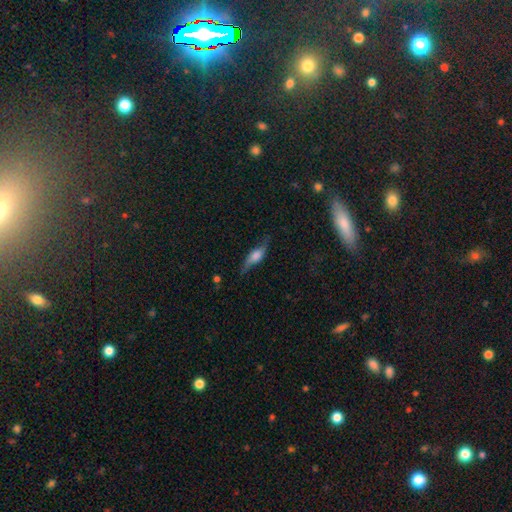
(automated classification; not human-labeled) Q: Smooth or featured?
A: featured or disk (55%); runner-up: smooth (38%)
Q: Edge-on disk?
A: yes (67%); runner-up: no (33%)
Q: Merging?
A: none (70%); runner-up: minor disturbance (21%)